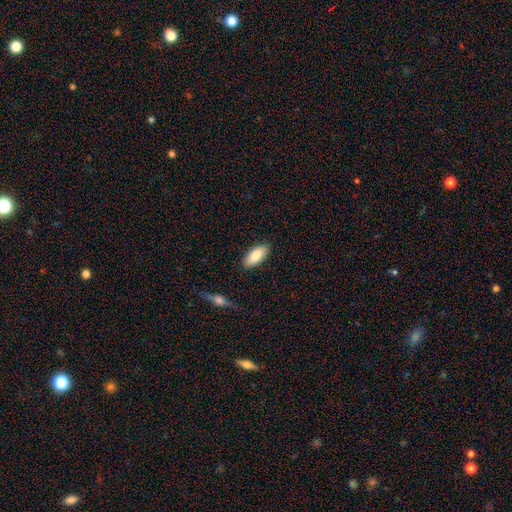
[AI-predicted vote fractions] Smooth or featured? Predicted: smooth (p=0.87). How rounded? Predicted: in between (p=0.85). Merging? Predicted: none (p=0.86).